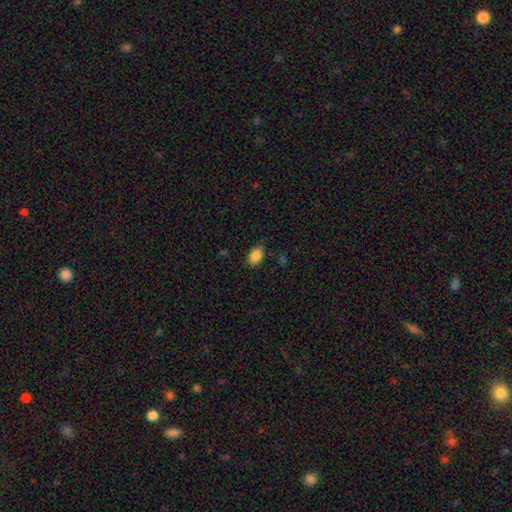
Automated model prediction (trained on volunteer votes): This appears to be a smooth galaxy with no disk features (87%) that is in between round and cigar-shaped (84%). Merging: none (83%).